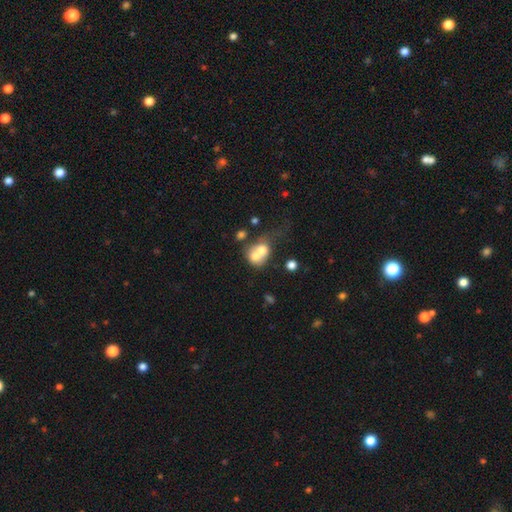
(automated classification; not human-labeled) A smooth galaxy with no disk features (63%) that is round (59%).

Vote fractions:
- Smooth or featured? smooth: 63% / featured or disk: 26% / star or artifact: 10%
- How rounded? round: 59% / in between: 39% / cigar-shaped: 1%
- Merging? merger: 69% / none: 17% / minor disturbance: 7% / major disturbance: 6%